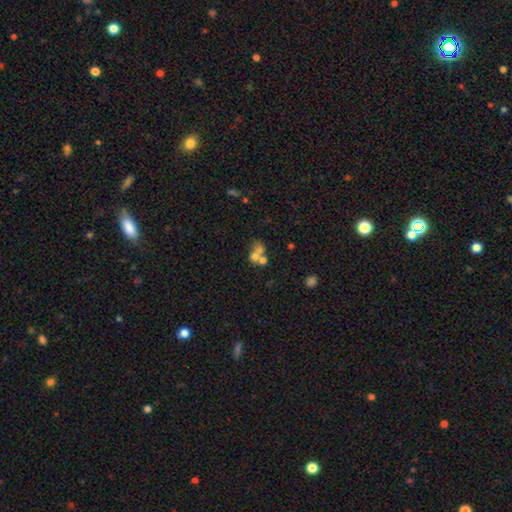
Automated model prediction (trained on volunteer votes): Overall: smooth (56%; featured or disk 28%). How rounded: round (63%; in between 36%). Merging: merger (63%; none 25%).